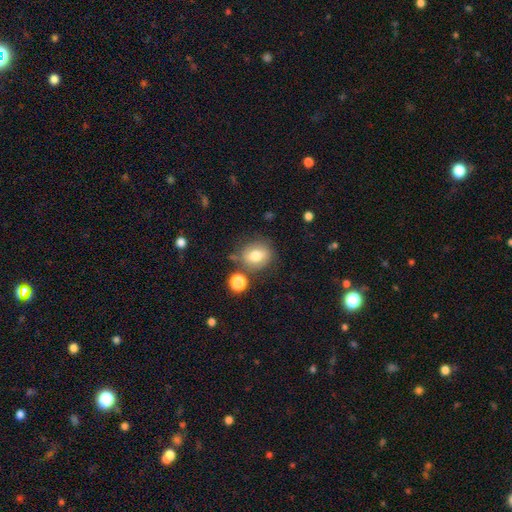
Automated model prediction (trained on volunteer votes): This appears to be a smooth galaxy with no disk features (73%) that is round (70%). Merging: none (71%).